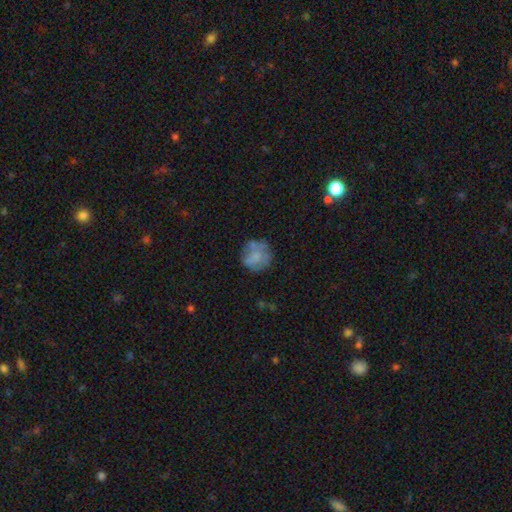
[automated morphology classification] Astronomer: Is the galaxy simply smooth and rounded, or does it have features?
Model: smooth — 53% (runner-up: featured or disk, 39%).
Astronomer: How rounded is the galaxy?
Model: round — 86%.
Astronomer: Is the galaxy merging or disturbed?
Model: none — 64%.